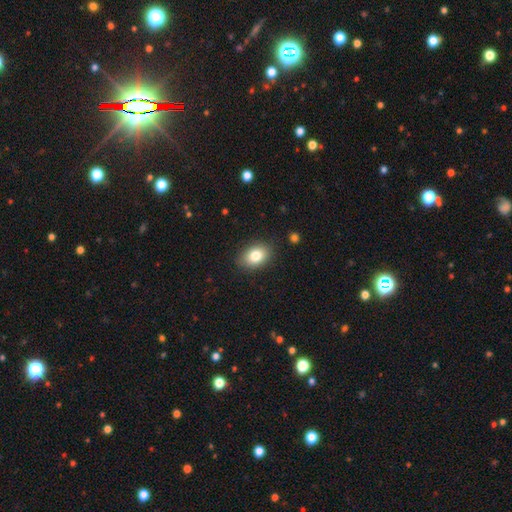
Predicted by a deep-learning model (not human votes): Morphology: type=smooth (82%); roundness=in between (81%); merging=none (87%).